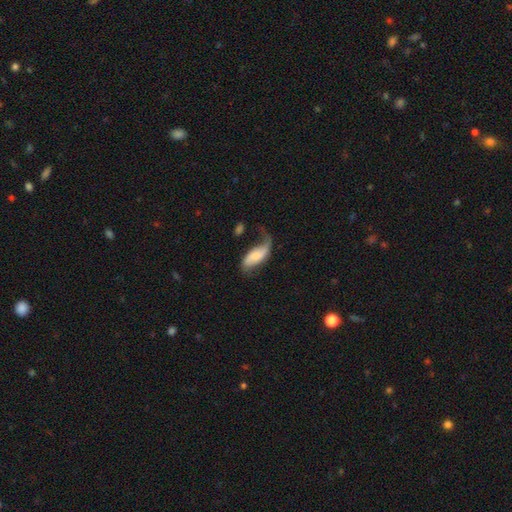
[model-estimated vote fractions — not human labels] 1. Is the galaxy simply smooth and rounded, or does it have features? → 56% featured or disk, 37% smooth, 7% star or artifact.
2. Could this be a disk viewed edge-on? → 92% no, 8% yes.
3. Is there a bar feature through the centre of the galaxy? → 54% no, 31% weak, 15% strong.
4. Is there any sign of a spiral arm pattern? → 86% yes, 14% no.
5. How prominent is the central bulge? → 39% small, 25% none, 24% moderate, 8% large, 3% dominant.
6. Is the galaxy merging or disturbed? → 34% none, 33% major disturbance, 27% minor disturbance, 5% merger.